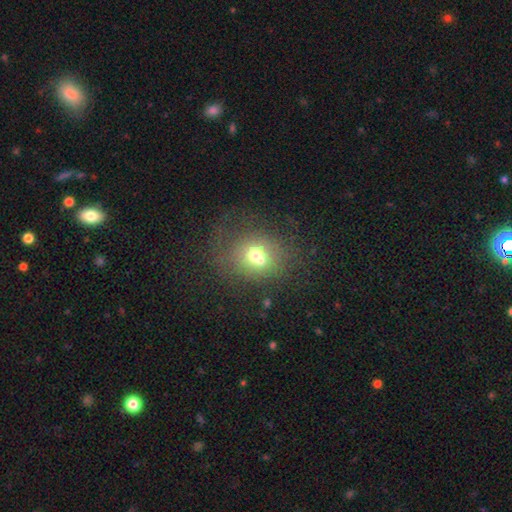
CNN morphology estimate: smooth-or-featured: smooth: 60% | featured or disk: 22% | star or artifact: 18%
  how-rounded: round: 75% | in between: 24% | cigar-shaped: 1%
  merging: none: 47% | merger: 32% | minor disturbance: 12% | major disturbance: 8%